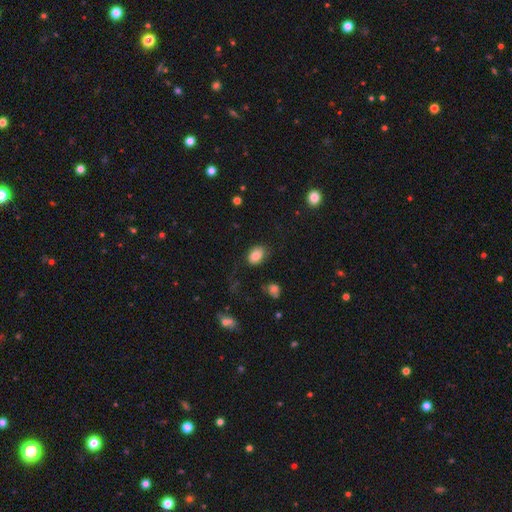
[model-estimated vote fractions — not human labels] smooth 83%, featured or disk 9%, star or artifact 9%. Down the decision tree: how rounded — in between (79%); merging — none (75%).